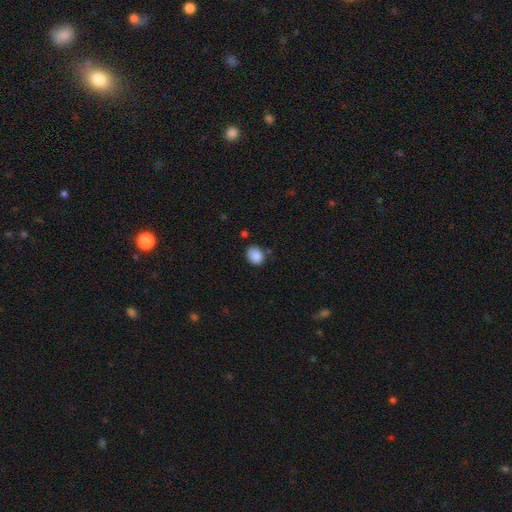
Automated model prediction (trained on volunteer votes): Smooth or featured? Predicted: smooth (p=0.88). How rounded? Predicted: in between (p=0.51). Merging? Predicted: none (p=0.78).